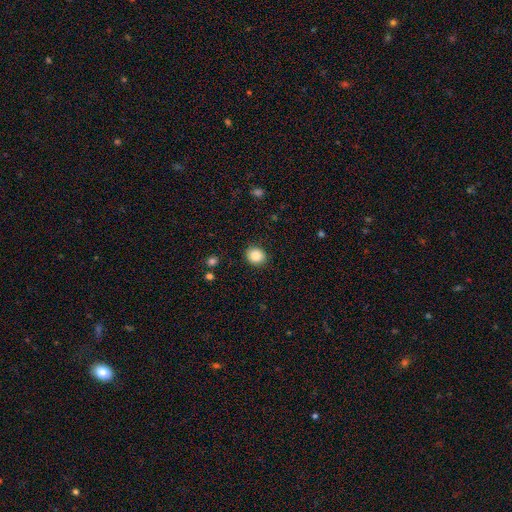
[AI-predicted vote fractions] Q: Smooth or featured?
A: smooth (86%); runner-up: star or artifact (9%)
Q: How rounded?
A: round (80%); runner-up: in between (19%)
Q: Merging?
A: none (90%); runner-up: minor disturbance (7%)